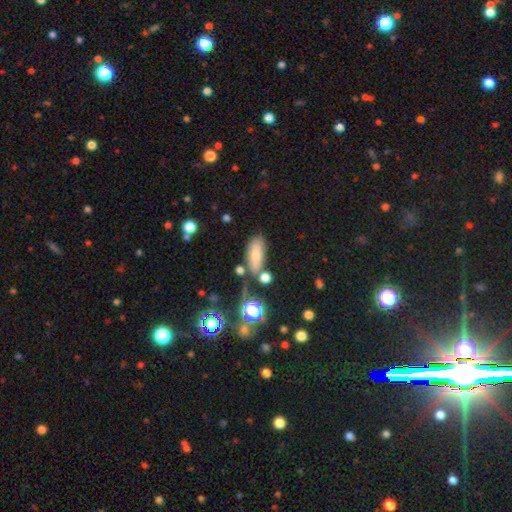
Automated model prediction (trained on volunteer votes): Smooth or featured? smooth (72%)
How rounded? in between (73%)
Merging? none (64%)